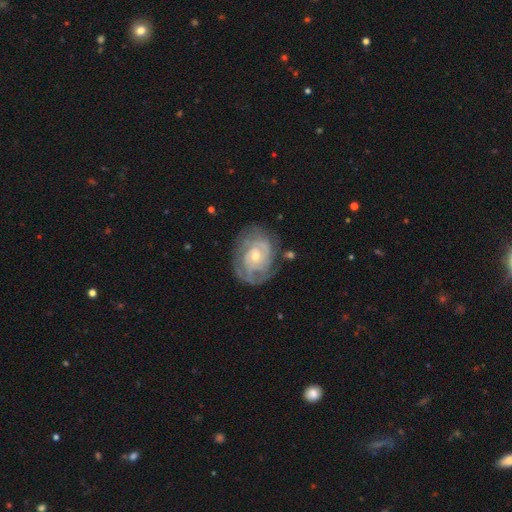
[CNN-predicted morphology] Smooth or featured: featured or disk — 87% (smooth — 8%)
Edge-on disk: no — 97% (yes — 3%)
Bar: no — 61% (weak — 32%)
Spiral arms: yes — 95% (no — 5%)
Spiral winding: tight — 74% (medium — 22%)
Spiral arm count: 2 — 35% (can't tell — 31%)
Bulge size: small — 52% (moderate — 44%)
Merging: none — 72% (minor disturbance — 18%)